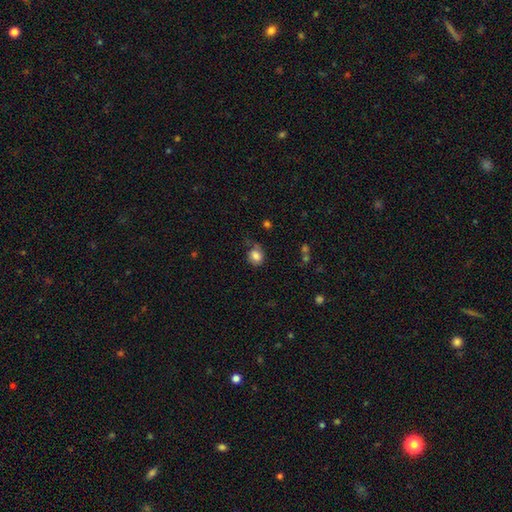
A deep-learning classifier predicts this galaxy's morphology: This is clearly a smooth galaxy (80%). How rounded: likely round (62%). Merging: possibly none (53%).